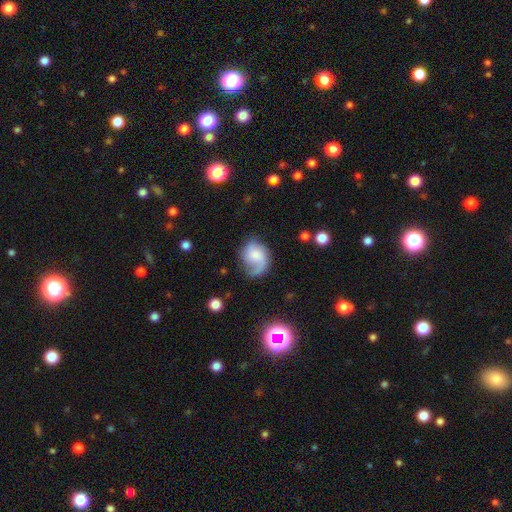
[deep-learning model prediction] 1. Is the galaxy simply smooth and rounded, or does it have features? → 49% featured or disk, 42% smooth, 9% star or artifact.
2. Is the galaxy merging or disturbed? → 47% none, 26% minor disturbance, 24% major disturbance, 3% merger.